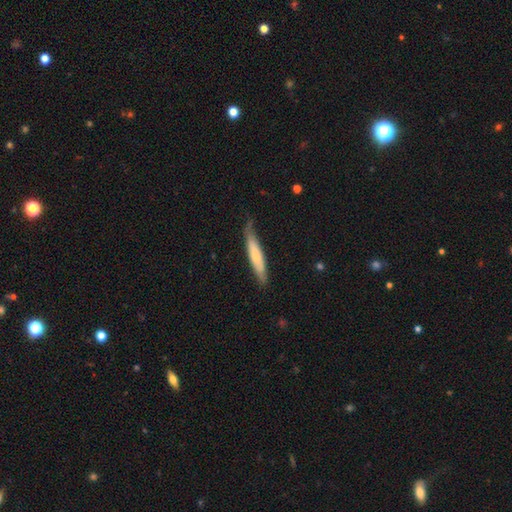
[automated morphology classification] This appears to be a smooth galaxy with no disk features (58%) that is cigar-shaped (87%). Merging: none (69%).